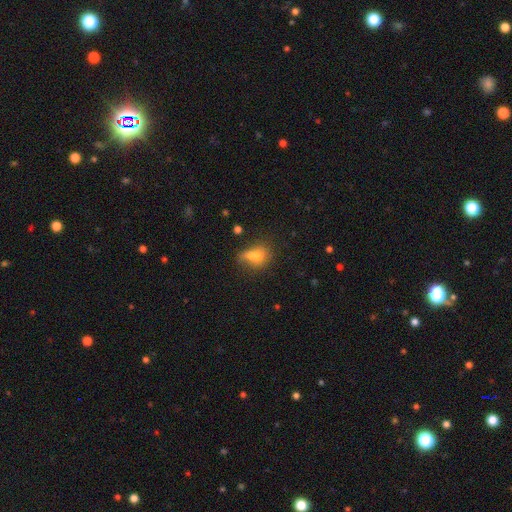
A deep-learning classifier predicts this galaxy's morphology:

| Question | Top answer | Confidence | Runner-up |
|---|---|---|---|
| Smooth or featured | smooth | 67% | featured or disk (20%) |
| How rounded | in between | 65% | round (24%) |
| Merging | none | 38% | minor disturbance (23%) |